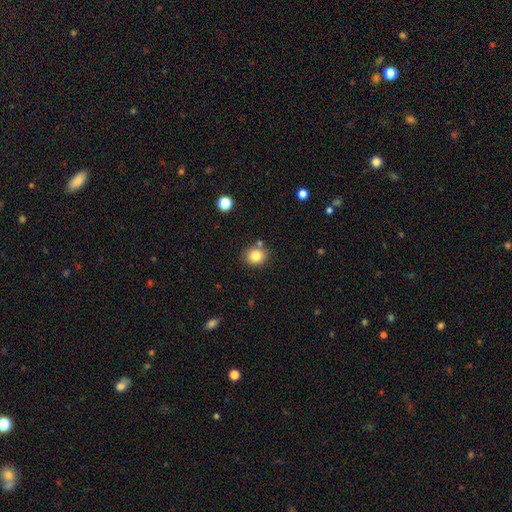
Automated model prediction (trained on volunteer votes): Smooth or featured: smooth — 83% (star or artifact — 10%)
How rounded: round — 76% (in between — 23%)
Merging: none — 79% (minor disturbance — 10%)